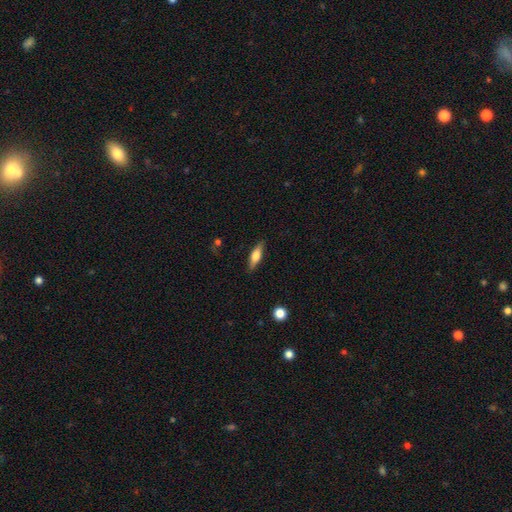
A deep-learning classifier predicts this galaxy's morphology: Smooth or featured?
  - smooth: 60% *
  - featured or disk: 33%
  - star or artifact: 6%
How rounded?
  - cigar-shaped: 51% *
  - in between: 46%
  - round: 3%
Merging?
  - none: 85% *
  - minor disturbance: 11%
  - major disturbance: 3%
  - merger: 1%